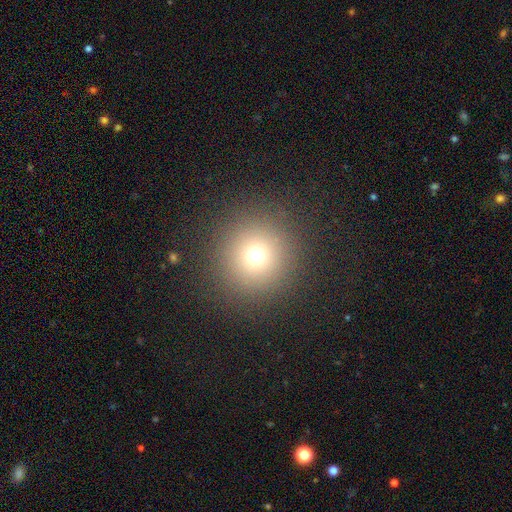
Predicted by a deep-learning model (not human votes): Morphology: type=smooth (71%); roundness=round (96%); merging=none (91%).